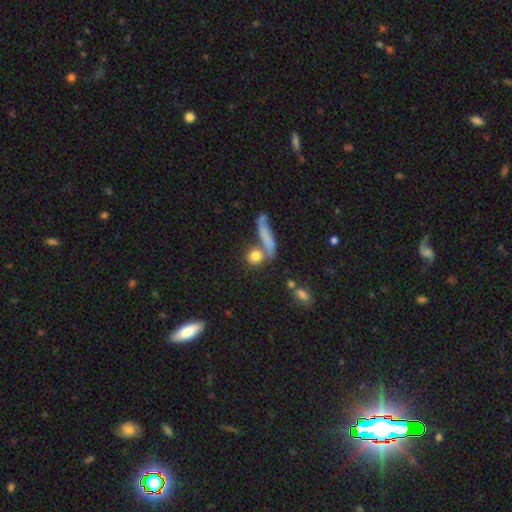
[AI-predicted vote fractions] smooth 77%, featured or disk 12%, star or artifact 10%. Down the decision tree: how rounded — round (75%); merging — none (56%).